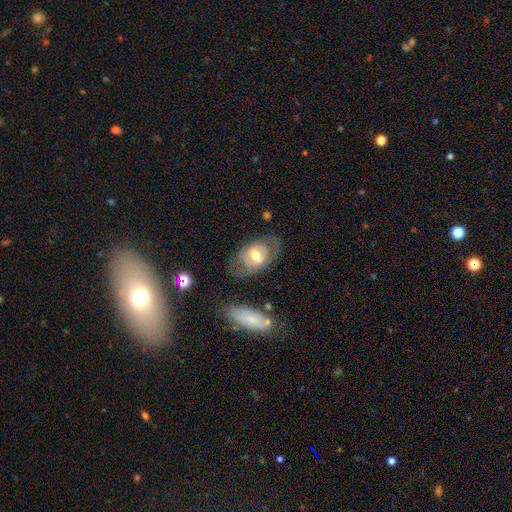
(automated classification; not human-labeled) Smooth or featured? Predicted: featured or disk (p=0.55). Edge-on disk? Predicted: no (p=0.91). Merging? Predicted: none (p=0.63).